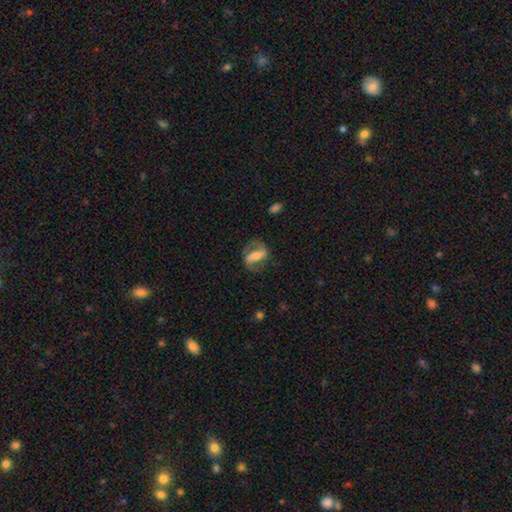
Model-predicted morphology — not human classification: Smooth or featured?
  - featured or disk: 70% *
  - smooth: 23%
  - star or artifact: 7%
Edge-on disk?
  - no: 93% *
  - yes: 7%
Bar?
  - strong: 59% *
  - weak: 26%
  - no: 15%
Spiral arms?
  - yes: 84% *
  - no: 16%
Spiral winding?
  - medium: 44% *
  - loose: 36%
  - tight: 20%
Spiral arm count?
  - 2: 87% *
  - can't tell: 6%
  - 1: 5%
  - 3: 1%
  - 4: 1%
  - more than 4: 1%
Bulge size?
  - moderate: 42% *
  - small: 38%
  - large: 10%
  - none: 8%
  - dominant: 2%
Merging?
  - none: 69% *
  - minor disturbance: 17%
  - major disturbance: 12%
  - merger: 2%